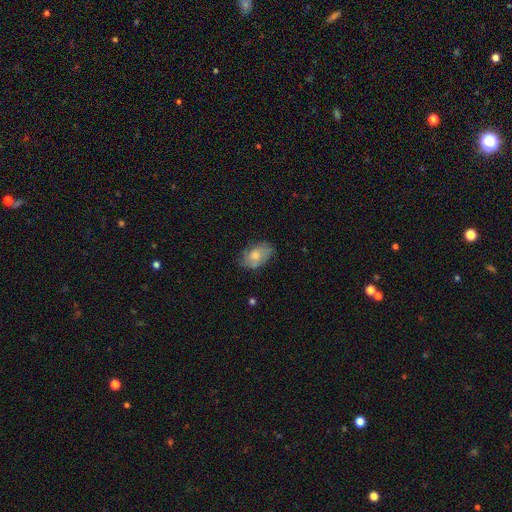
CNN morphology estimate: smooth 47%, featured or disk 45%, star or artifact 7%. Down the decision tree: merging — none (66%).